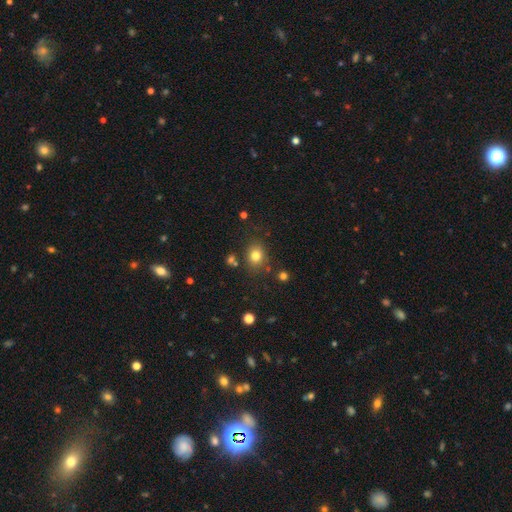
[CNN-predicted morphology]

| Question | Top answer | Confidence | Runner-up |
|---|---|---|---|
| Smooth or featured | smooth | 79% | star or artifact (13%) |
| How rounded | round | 63% | in between (36%) |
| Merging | none | 79% | minor disturbance (12%) |